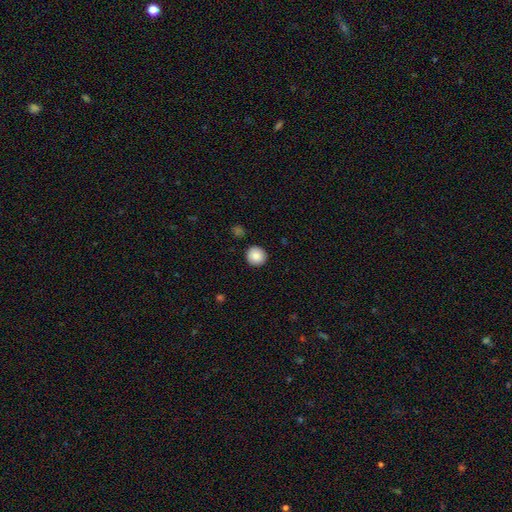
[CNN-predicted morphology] Overall: smooth (87%). How rounded: round (94%). Merging: none (92%).